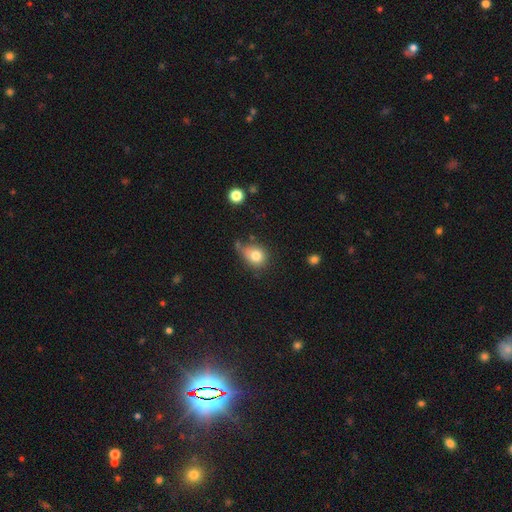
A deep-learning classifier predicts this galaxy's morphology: Smooth or featured?
  - smooth: 80% *
  - star or artifact: 10%
  - featured or disk: 9%
How rounded?
  - round: 63% *
  - in between: 36%
  - cigar-shaped: 1%
Merging?
  - none: 55% *
  - minor disturbance: 28%
  - merger: 9%
  - major disturbance: 9%